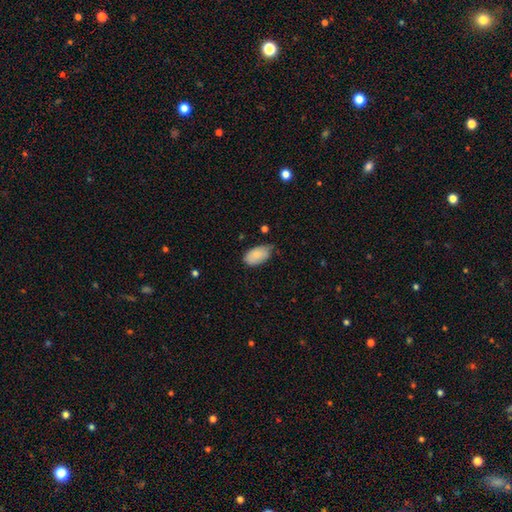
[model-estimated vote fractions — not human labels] Smooth or featured? Predicted: smooth (p=0.83). How rounded? Predicted: in between (p=0.94). Merging? Predicted: none (p=0.52).